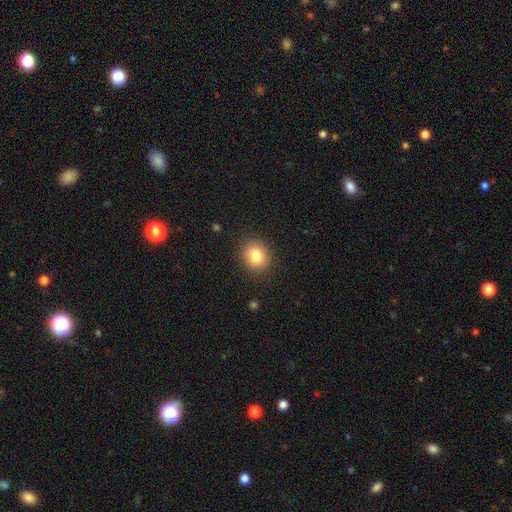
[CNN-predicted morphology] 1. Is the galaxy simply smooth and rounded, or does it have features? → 82% smooth, 10% star or artifact, 7% featured or disk.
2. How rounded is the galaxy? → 73% round, 26% in between, 1% cigar-shaped.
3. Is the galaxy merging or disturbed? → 89% none, 8% minor disturbance, 3% major disturbance, 1% merger.